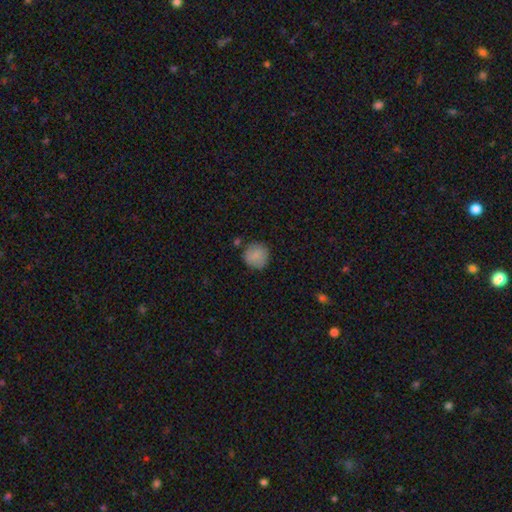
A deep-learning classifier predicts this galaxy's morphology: This appears to be a smooth galaxy with no disk features (84%) that is round (93%). Merging: none (80%).